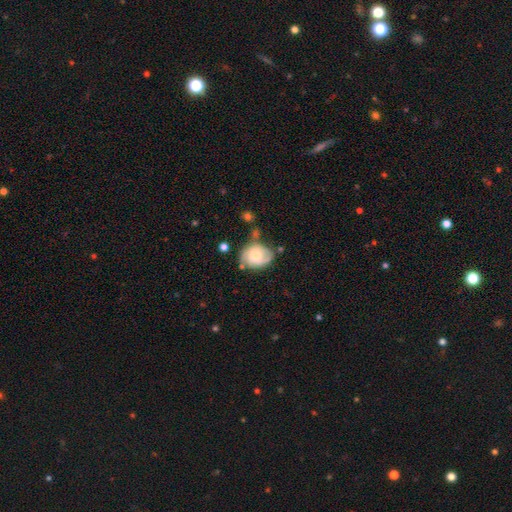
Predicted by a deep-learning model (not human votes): Q: Smooth or featured?
A: featured or disk (57%); runner-up: smooth (36%)
Q: Edge-on disk?
A: no (97%); runner-up: yes (3%)
Q: Bar?
A: no (73%); runner-up: weak (24%)
Q: Spiral arms?
A: yes (82%); runner-up: no (18%)
Q: Bulge size?
A: moderate (57%); runner-up: small (35%)
Q: Merging?
A: none (54%); runner-up: minor disturbance (27%)